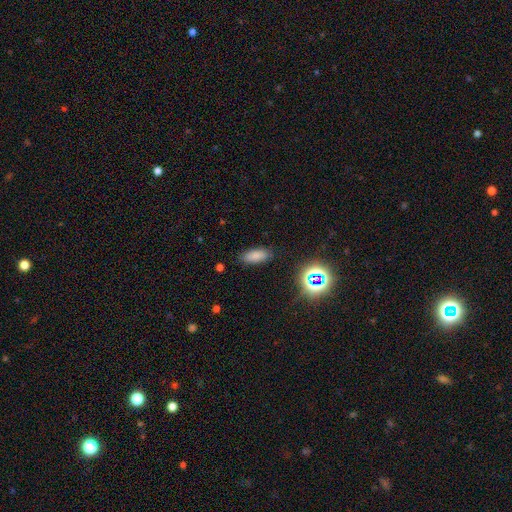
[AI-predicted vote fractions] Overall: smooth (79%). How rounded: in between (80%). Merging: none (85%).